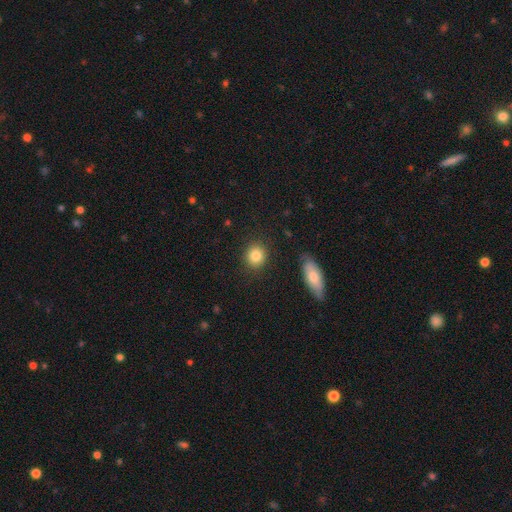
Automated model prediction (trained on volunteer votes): Smooth or featured? Predicted: smooth (p=0.85). How rounded? Predicted: round (p=0.78). Merging? Predicted: none (p=0.87).